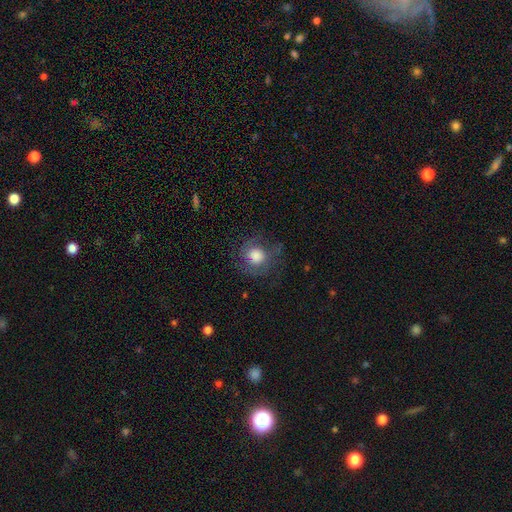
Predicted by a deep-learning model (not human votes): smooth_or_featured: smooth (p=0.59) [alt: featured or disk p=0.31]
how_rounded: round (p=0.87) [alt: in between p=0.12]
merging: none (p=0.65) [alt: minor disturbance p=0.19]